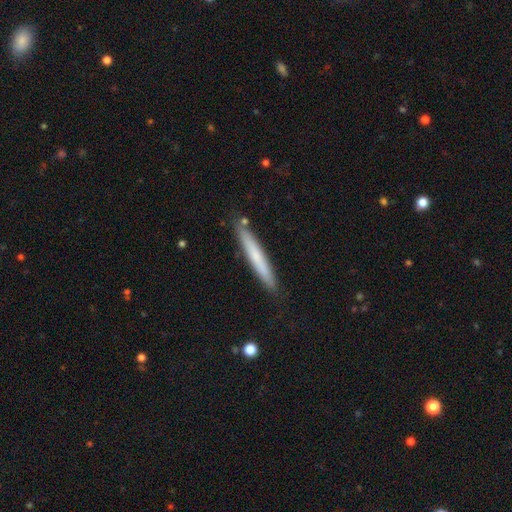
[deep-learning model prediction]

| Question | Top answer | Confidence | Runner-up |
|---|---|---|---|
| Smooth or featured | smooth | 64% | featured or disk (31%) |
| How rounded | cigar-shaped | 96% | in between (3%) |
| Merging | none | 86% | minor disturbance (9%) |